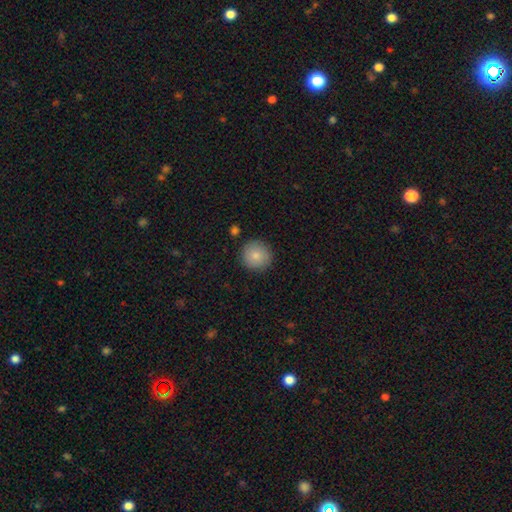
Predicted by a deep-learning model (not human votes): Smooth or featured: smooth — 84% (featured or disk — 8%)
How rounded: round — 95% (in between — 4%)
Merging: none — 89% (minor disturbance — 7%)